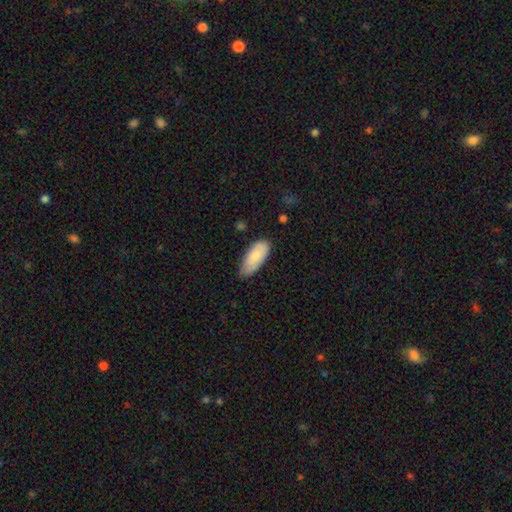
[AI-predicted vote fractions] Smooth or featured: smooth — 83% (featured or disk — 11%)
How rounded: in between — 87% (cigar-shaped — 11%)
Merging: none — 68% (minor disturbance — 27%)